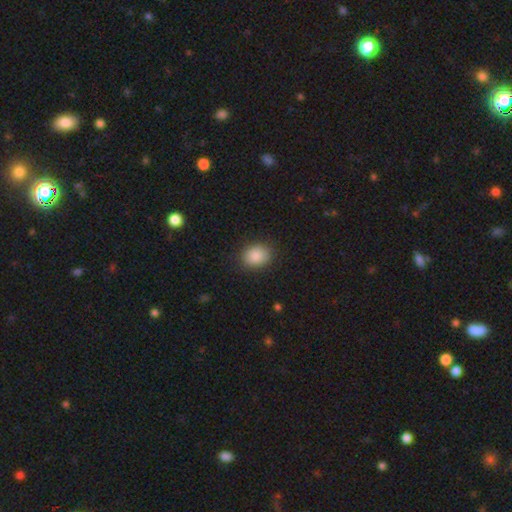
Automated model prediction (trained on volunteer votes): Morphology: type=smooth (87%); roundness=in between (53%); merging=none (87%).